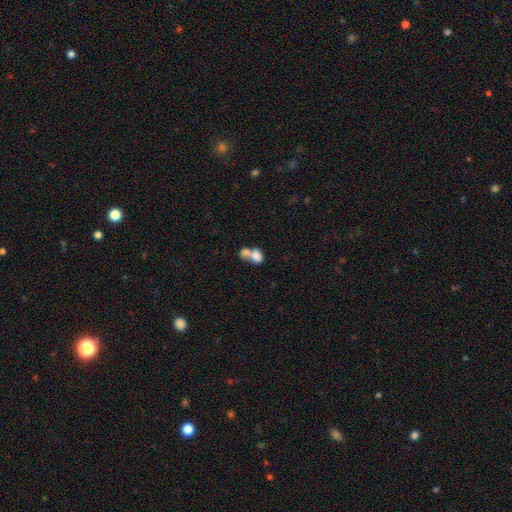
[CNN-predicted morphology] Overall: smooth (77%). How rounded: in between (66%; round 32%). Merging: merger (73%).